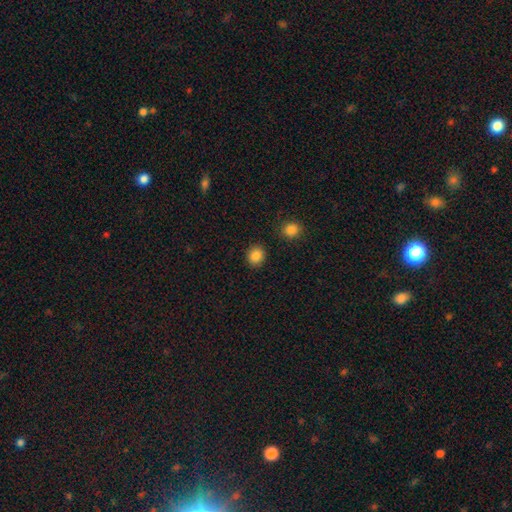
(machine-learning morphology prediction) Q: Smooth or featured?
A: smooth (86%); runner-up: star or artifact (10%)
Q: How rounded?
A: round (76%); runner-up: in between (23%)
Q: Merging?
A: none (89%); runner-up: minor disturbance (6%)